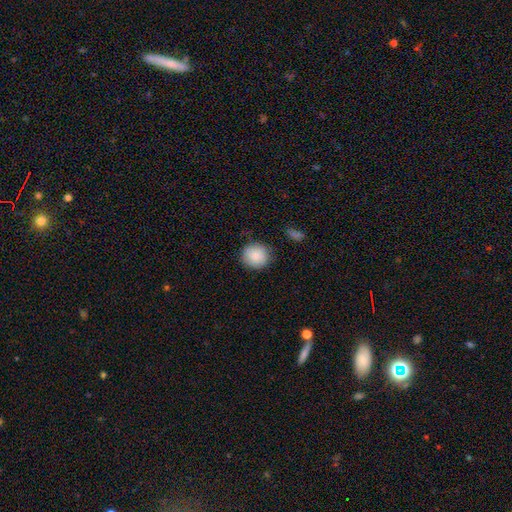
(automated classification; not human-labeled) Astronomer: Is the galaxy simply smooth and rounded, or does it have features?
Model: smooth — 88%.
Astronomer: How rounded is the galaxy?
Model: round — 89%.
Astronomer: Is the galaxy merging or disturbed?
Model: none — 85%.